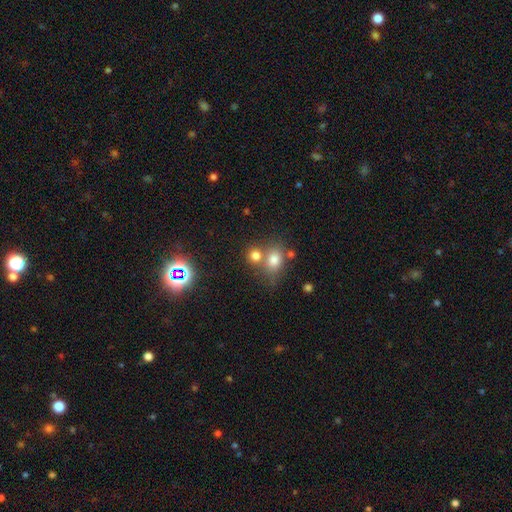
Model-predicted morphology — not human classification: Overall: smooth (75%). How rounded: round (67%; in between 31%). Merging: none (46%; merger 40%).